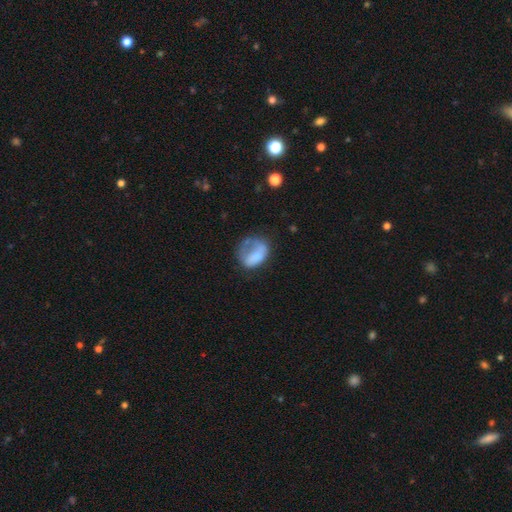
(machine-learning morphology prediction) Smooth or featured? smooth (61%)
How rounded? in between (63%)
Merging? major disturbance (38%)